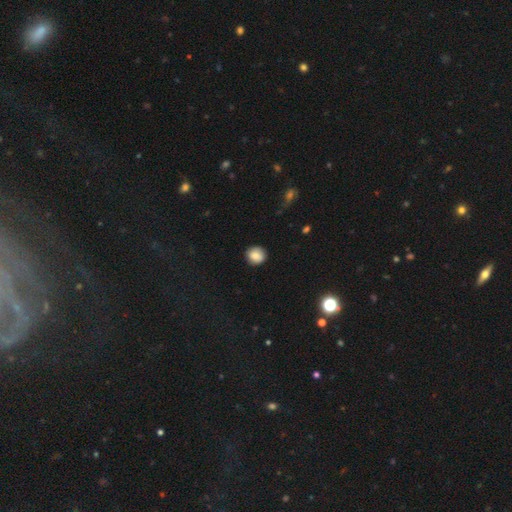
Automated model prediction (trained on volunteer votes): This appears to be a smooth galaxy with no disk features (85%) that is round (87%). Merging: none (87%).